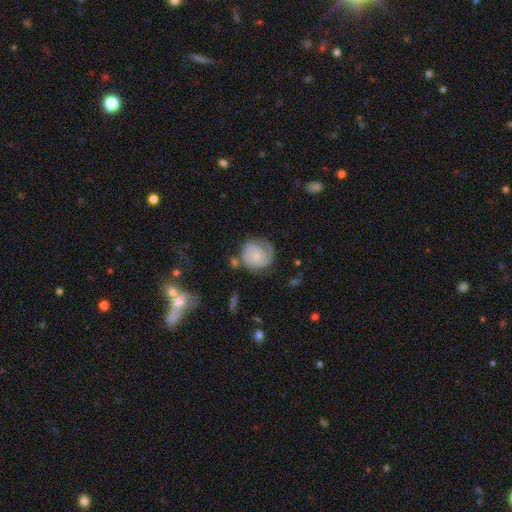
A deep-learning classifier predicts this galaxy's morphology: This appears to be a featured or disk galaxy (56%) with no bar (78%), spiral arms (86%) and a small central bulge (65%). Merging: none (58%).